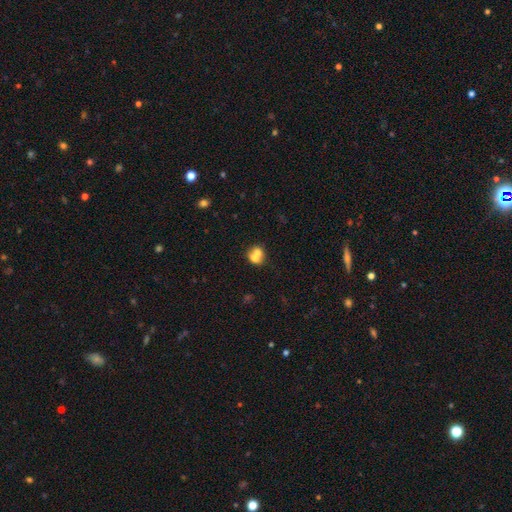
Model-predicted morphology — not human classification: Smooth or featured: smooth — 66% (featured or disk — 24%)
How rounded: round — 67% (in between — 32%)
Merging: merger — 65% (none — 25%)